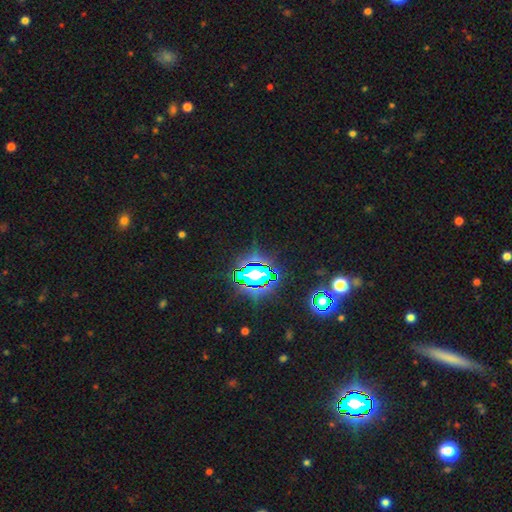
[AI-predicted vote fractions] This is clearly a star or artifact rather than a galaxy (81%).